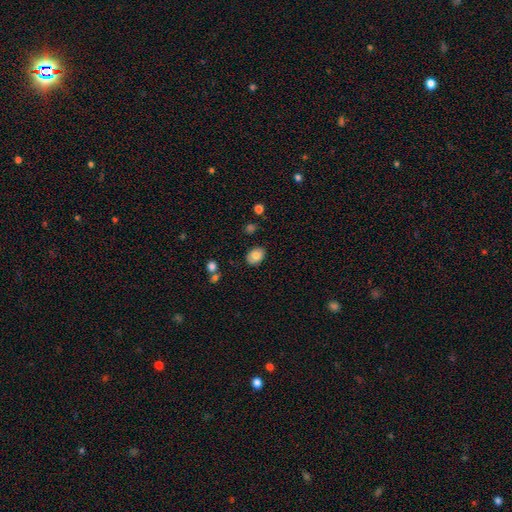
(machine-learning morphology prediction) Overall: smooth (78%). How rounded: in between (72%). Merging: none (81%).